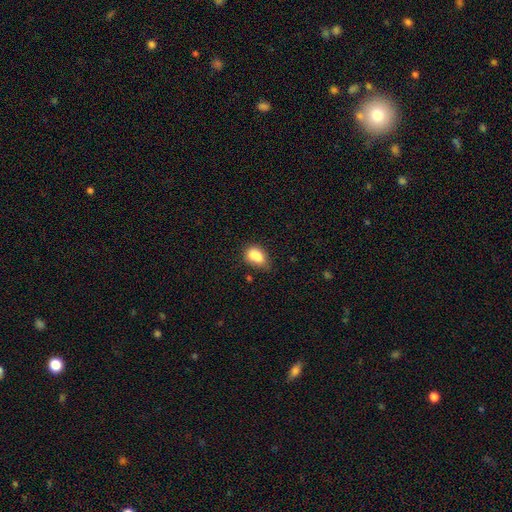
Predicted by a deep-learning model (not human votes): Smooth or featured: smooth — 81% (featured or disk — 10%)
How rounded: in between — 81% (round — 17%)
Merging: none — 45% (minor disturbance — 30%)